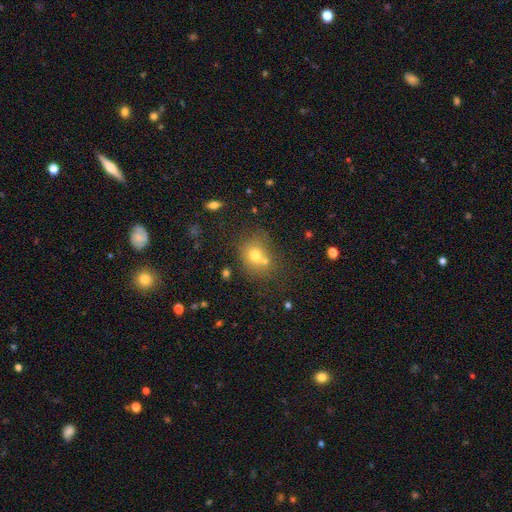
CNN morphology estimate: Smooth or featured? smooth (69%)
How rounded? round (61%)
Merging? none (47%)